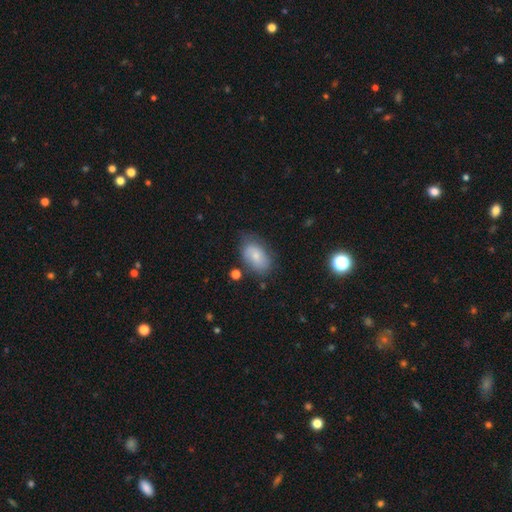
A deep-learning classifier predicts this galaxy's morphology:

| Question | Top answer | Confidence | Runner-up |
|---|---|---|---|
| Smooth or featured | smooth | 67% | featured or disk (25%) |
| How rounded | in between | 90% | round (8%) |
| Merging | none | 65% | minor disturbance (24%) |